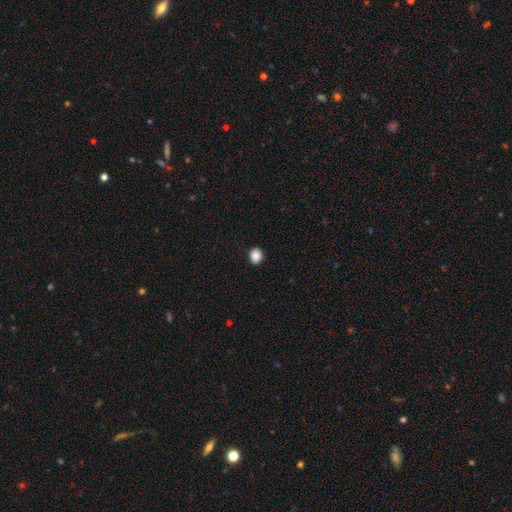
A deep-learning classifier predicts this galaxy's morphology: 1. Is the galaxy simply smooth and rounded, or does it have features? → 87% smooth, 9% star or artifact, 3% featured or disk.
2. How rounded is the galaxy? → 69% round, 30% in between, 1% cigar-shaped.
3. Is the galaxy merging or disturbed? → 90% none, 7% minor disturbance, 2% major disturbance, 1% merger.